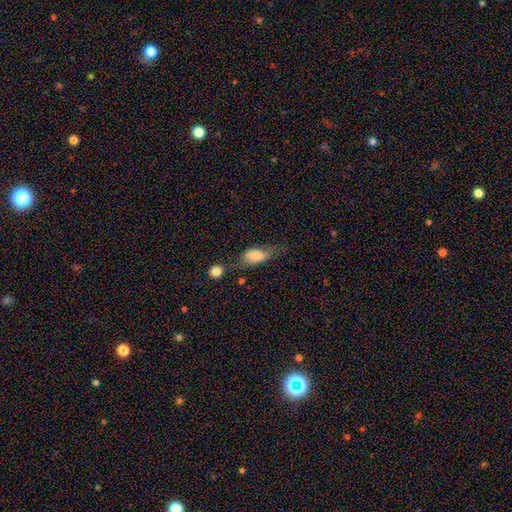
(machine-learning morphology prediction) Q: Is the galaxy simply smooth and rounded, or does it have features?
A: smooth — 73%.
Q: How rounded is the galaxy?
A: in between — 83%.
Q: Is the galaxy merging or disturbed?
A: none — 40%.